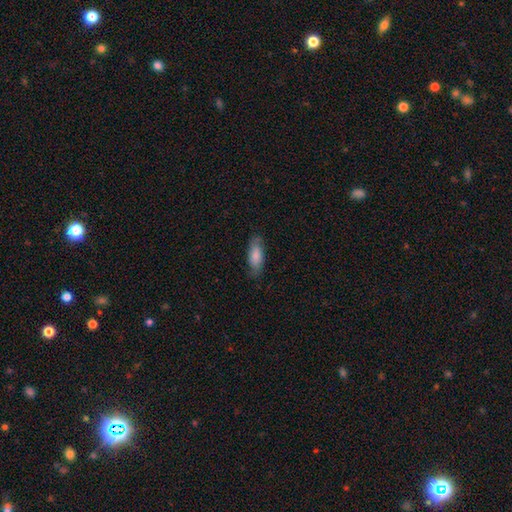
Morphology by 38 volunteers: A smooth galaxy with no disk features (82%) that is in between round and cigar-shaped (61%). Merging: none (84%).